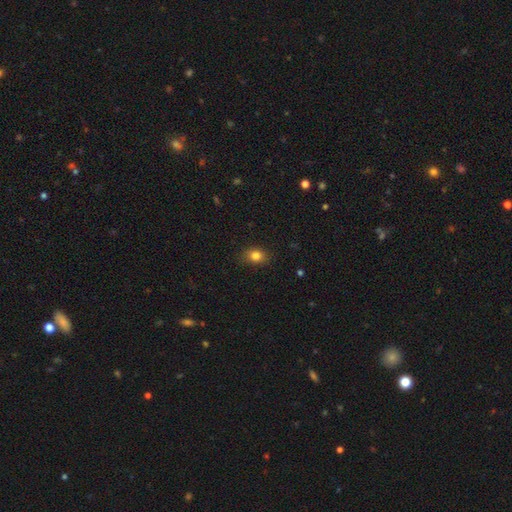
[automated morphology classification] Smooth or featured? smooth (82%)
How rounded? in between (57%)
Merging? none (84%)